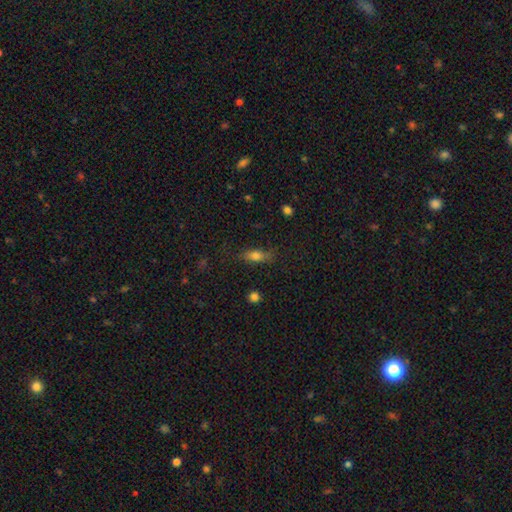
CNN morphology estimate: This is likely a smooth galaxy (74%). How rounded: likely in between (70%). Merging: likely none (70%).